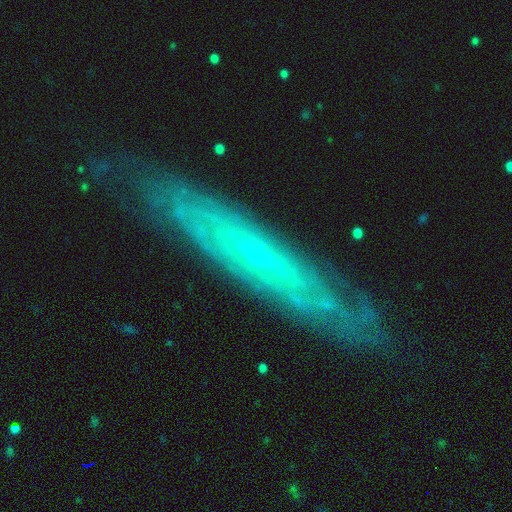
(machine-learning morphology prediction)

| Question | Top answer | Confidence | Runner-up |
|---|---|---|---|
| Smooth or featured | featured or disk | 77% | smooth (15%) |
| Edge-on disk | no | 54% | yes (46%) |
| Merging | none | 80% | minor disturbance (15%) |